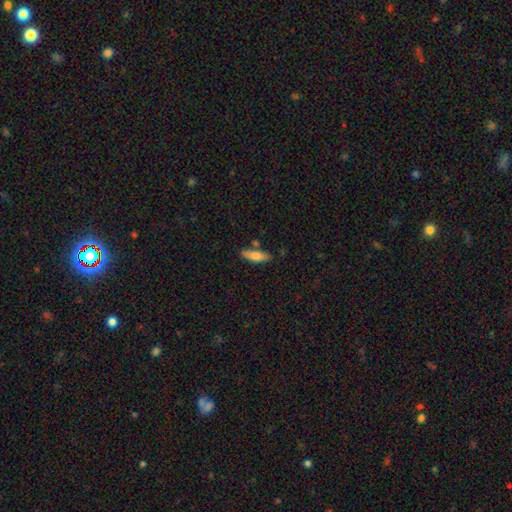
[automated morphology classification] Overall: smooth (76%). How rounded: in between (51%; cigar-shaped 47%). Merging: none (75%).